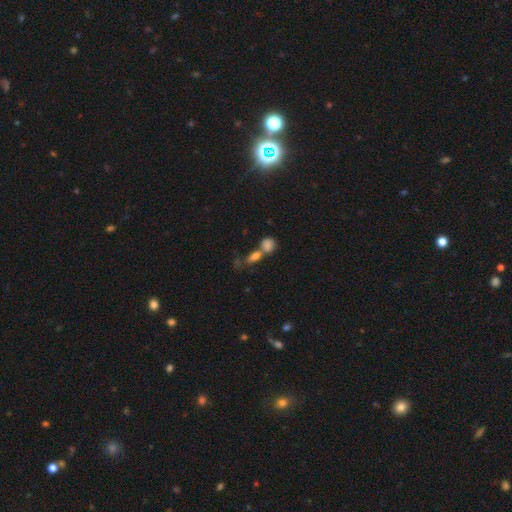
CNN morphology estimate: This is possibly a star or artifact rather than a galaxy (46%).